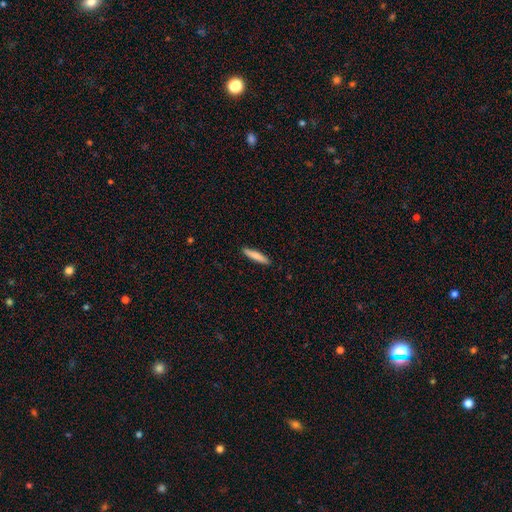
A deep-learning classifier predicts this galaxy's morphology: Overall: smooth (81%). How rounded: cigar-shaped (89%). Merging: none (91%).